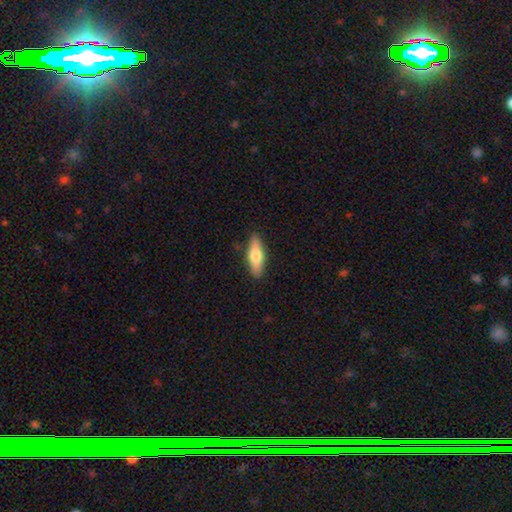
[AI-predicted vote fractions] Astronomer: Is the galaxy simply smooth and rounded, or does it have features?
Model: smooth — 59% (runner-up: featured or disk, 36%).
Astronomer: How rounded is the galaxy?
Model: in between — 49% (runner-up: cigar-shaped, 48%).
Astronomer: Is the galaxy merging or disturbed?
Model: none — 87%.